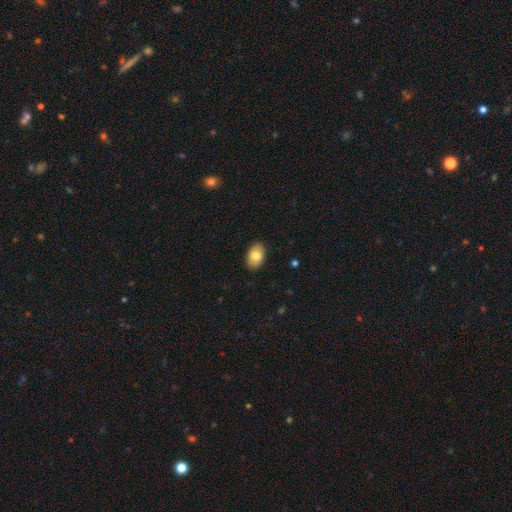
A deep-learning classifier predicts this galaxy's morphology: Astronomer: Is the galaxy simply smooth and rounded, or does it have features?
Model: smooth — 79%.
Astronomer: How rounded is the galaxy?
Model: in between — 89%.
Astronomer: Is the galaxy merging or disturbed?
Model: none — 88%.